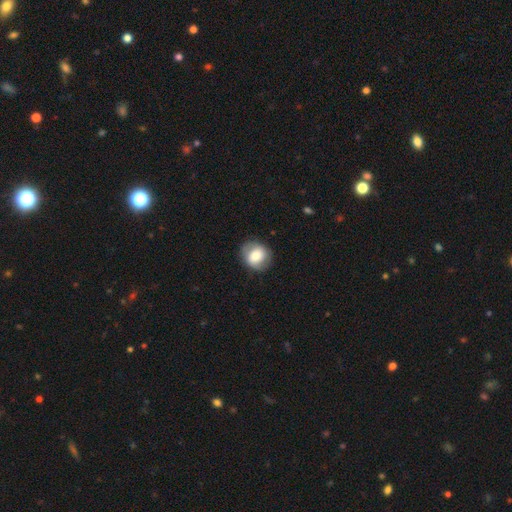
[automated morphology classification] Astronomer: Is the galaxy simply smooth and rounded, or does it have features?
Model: smooth — 68%.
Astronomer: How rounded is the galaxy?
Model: round — 73%.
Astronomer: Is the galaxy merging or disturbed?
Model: none — 82%.